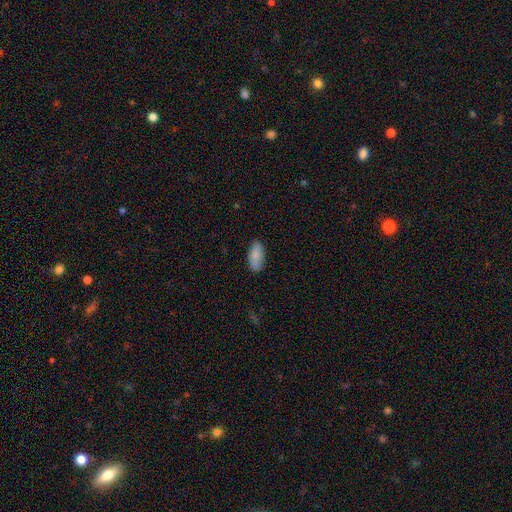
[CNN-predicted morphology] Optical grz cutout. It shows a smooth galaxy with no disk features (84%) that is in between round and cigar-shaped (90%). Merging: none (83%).